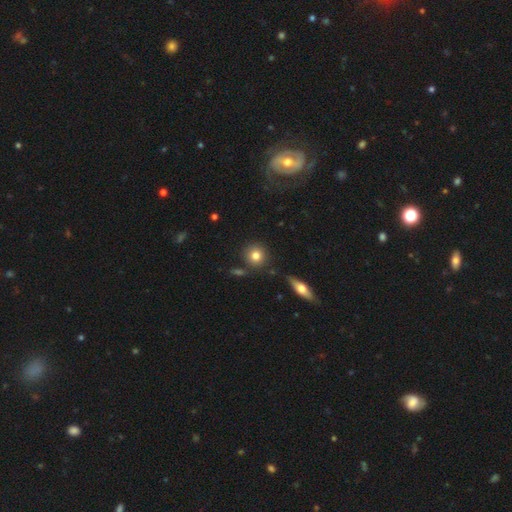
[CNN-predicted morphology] This is likely a smooth galaxy (80%). How rounded: clearly round (89%). Merging: clearly none (82%).